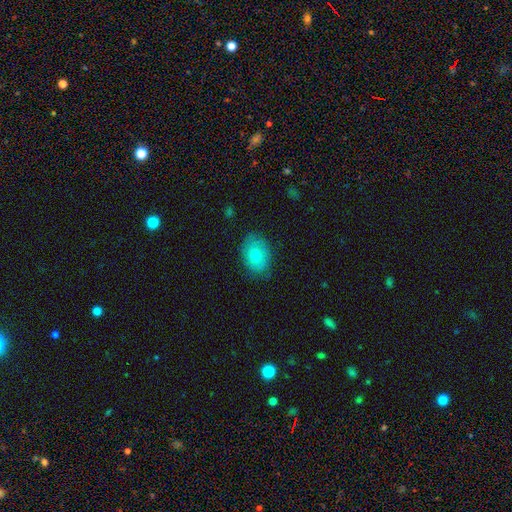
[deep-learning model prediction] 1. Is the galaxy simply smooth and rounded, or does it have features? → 73% smooth, 19% featured or disk, 8% star or artifact.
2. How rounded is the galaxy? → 81% in between, 17% round, 1% cigar-shaped.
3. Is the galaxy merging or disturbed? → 80% none, 16% minor disturbance, 3% major disturbance, 1% merger.